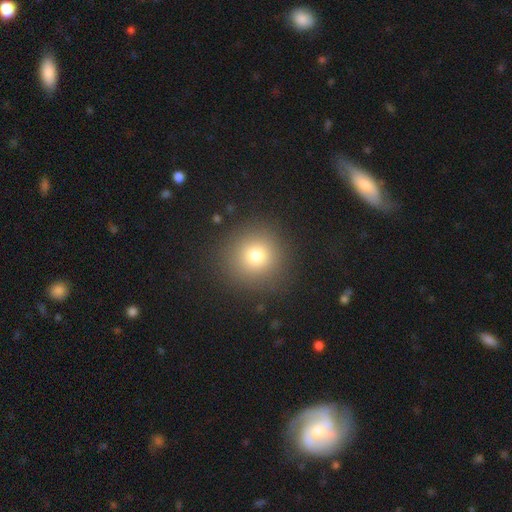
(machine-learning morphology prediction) A smooth galaxy with no disk features (76%) that is round (93%). Merging: none (89%).